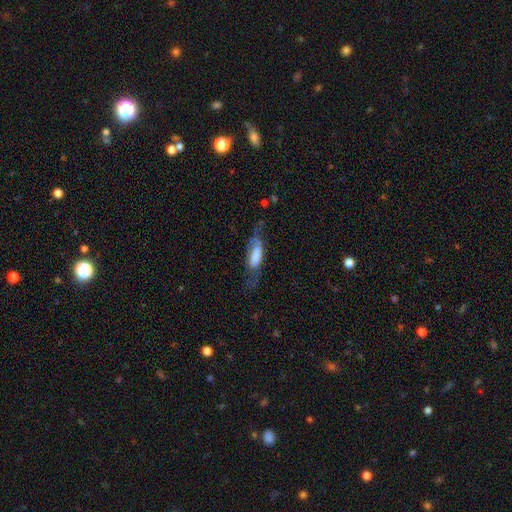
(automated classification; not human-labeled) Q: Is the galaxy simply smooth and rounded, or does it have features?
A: smooth — 57%.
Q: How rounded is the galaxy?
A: in between — 60%.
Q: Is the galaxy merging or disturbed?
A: none — 41%.